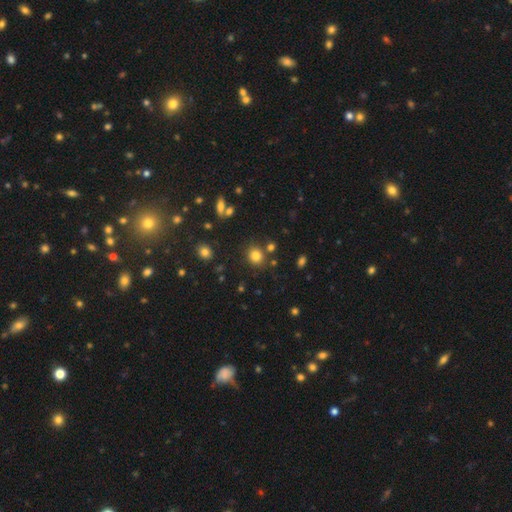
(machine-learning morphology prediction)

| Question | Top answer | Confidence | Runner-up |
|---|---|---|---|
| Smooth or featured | smooth | 81% | star or artifact (13%) |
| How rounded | round | 79% | in between (20%) |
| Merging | none | 80% | minor disturbance (9%) |